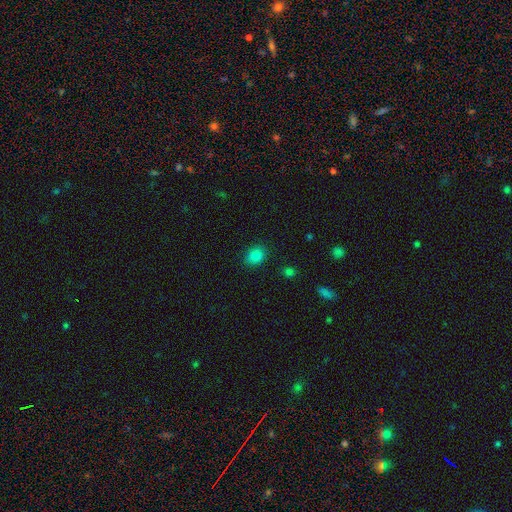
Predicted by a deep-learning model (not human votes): smooth-or-featured: smooth: 83% | star or artifact: 12% | featured or disk: 6%
  how-rounded: in between: 54% | round: 45% | cigar-shaped: 1%
  merging: none: 87% | minor disturbance: 9% | major disturbance: 2% | merger: 1%